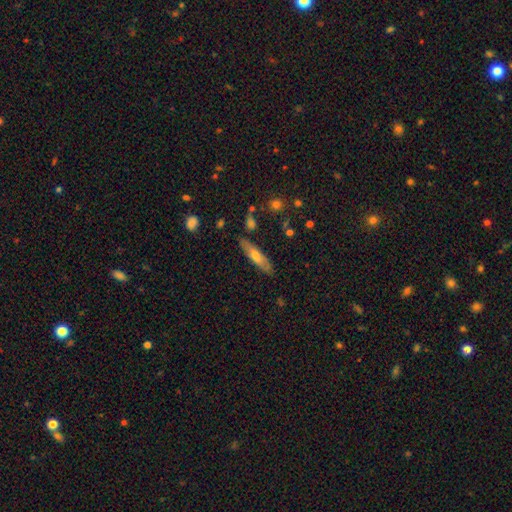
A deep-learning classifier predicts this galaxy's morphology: A smooth galaxy with no disk features (58%) that is cigar-shaped (74%). Merging: none (83%).